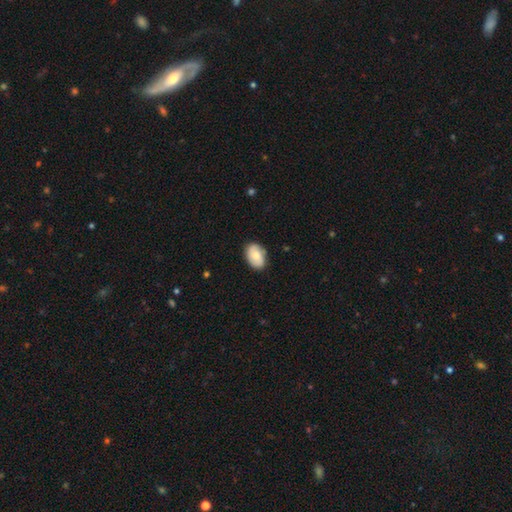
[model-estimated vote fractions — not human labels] This is likely a smooth galaxy (69%). How rounded: clearly in between (85%). Merging: clearly none (83%).